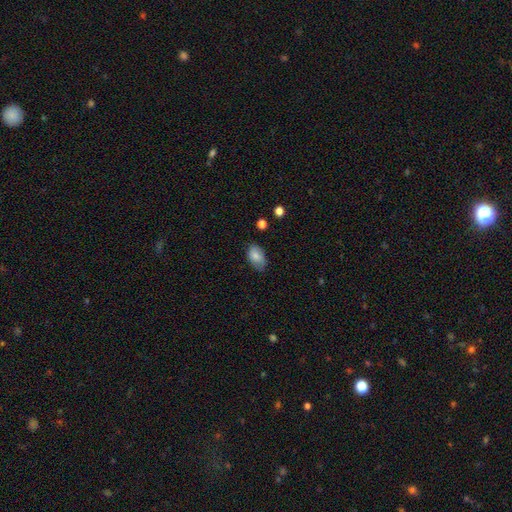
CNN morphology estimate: A smooth galaxy with no disk features (79%) that is in between round and cigar-shaped (91%).

Vote fractions:
- Smooth or featured? smooth: 79% / featured or disk: 14% / star or artifact: 8%
- How rounded? in between: 91% / round: 8% / cigar-shaped: 1%
- Merging? none: 68% / minor disturbance: 25% / major disturbance: 5% / merger: 2%